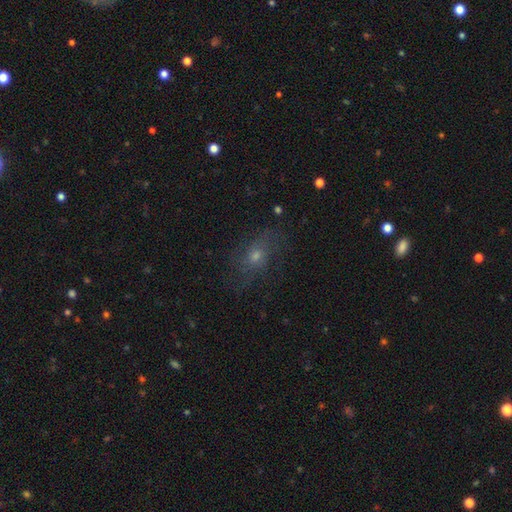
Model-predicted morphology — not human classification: smooth-or-featured: smooth: 36% | star or artifact: 34% | featured or disk: 30%
  merging: none: 75% | minor disturbance: 15% | major disturbance: 8% | merger: 2%